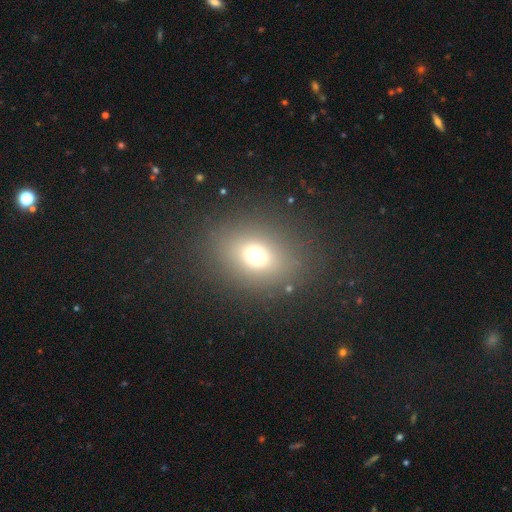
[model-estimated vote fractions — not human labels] Q: Smooth or featured?
A: smooth (69%); runner-up: star or artifact (18%)
Q: How rounded?
A: in between (54%); runner-up: round (44%)
Q: Merging?
A: none (84%); runner-up: minor disturbance (9%)